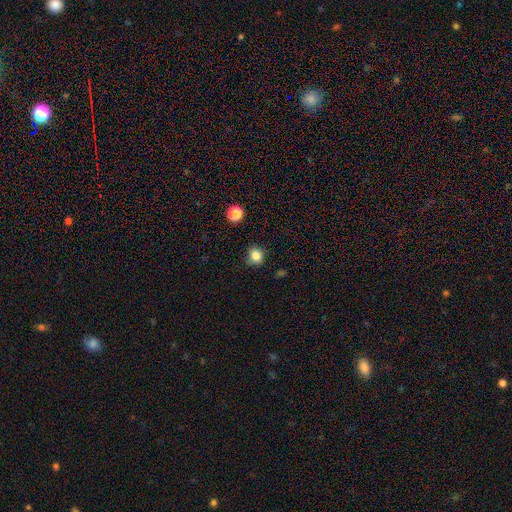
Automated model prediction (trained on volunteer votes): Smooth or featured?
  - smooth: 83% *
  - star or artifact: 12%
  - featured or disk: 5%
How rounded?
  - round: 86% *
  - in between: 13%
  - cigar-shaped: 1%
Merging?
  - none: 82% *
  - minor disturbance: 13%
  - major disturbance: 3%
  - merger: 2%